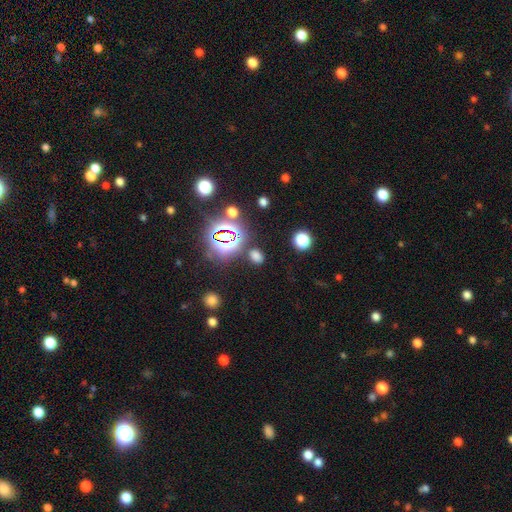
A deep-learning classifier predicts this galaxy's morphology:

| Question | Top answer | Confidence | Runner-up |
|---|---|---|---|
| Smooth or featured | smooth | 60% | star or artifact (34%) |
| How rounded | in between | 63% | round (36%) |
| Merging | none | 80% | minor disturbance (11%) |